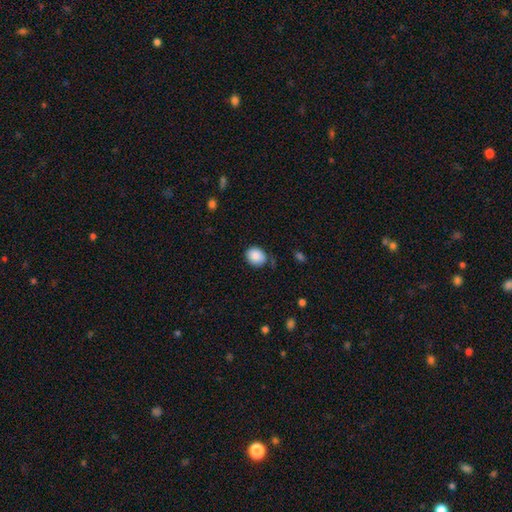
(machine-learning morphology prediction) The model was most divided on "how rounded": round: 60%, in between: 39%, cigar-shaped: 1%. More confident: smooth or featured — smooth (88%); merging — none (73%).